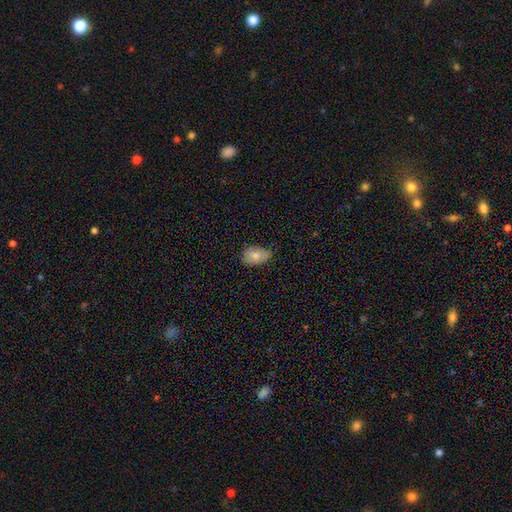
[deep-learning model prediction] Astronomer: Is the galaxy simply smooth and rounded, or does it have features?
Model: smooth — 78%.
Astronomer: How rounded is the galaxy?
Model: in between — 81%.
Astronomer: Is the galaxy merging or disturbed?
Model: none — 62%.